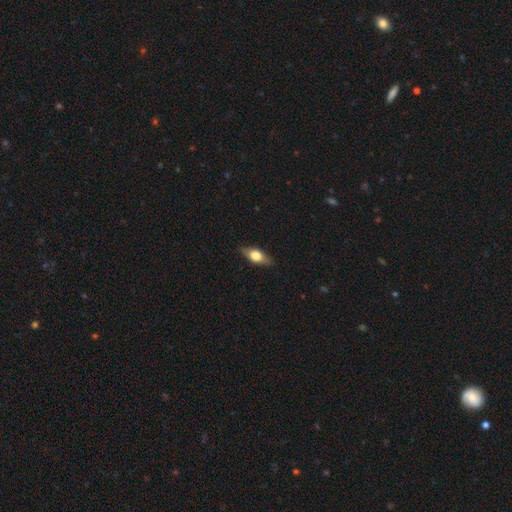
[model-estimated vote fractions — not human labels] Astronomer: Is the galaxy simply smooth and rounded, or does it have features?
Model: smooth — 61%.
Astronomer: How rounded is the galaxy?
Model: in between — 76%.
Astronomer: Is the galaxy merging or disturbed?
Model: none — 85%.